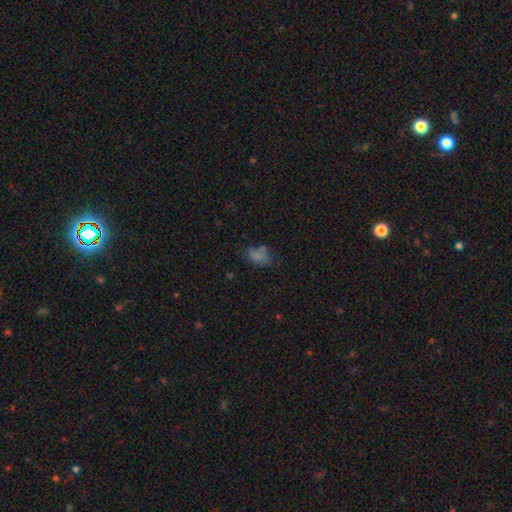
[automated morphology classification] The model was most divided on "merging": none: 55%, minor disturbance: 23%, major disturbance: 12%, merger: 10%. More confident: how rounded — in between (83%); smooth or featured — smooth (64%).